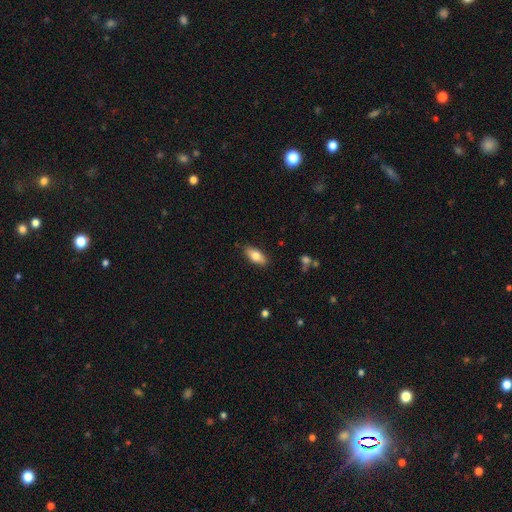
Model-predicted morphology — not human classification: Smooth or featured? smooth (78%)
How rounded? in between (85%)
Merging? none (86%)